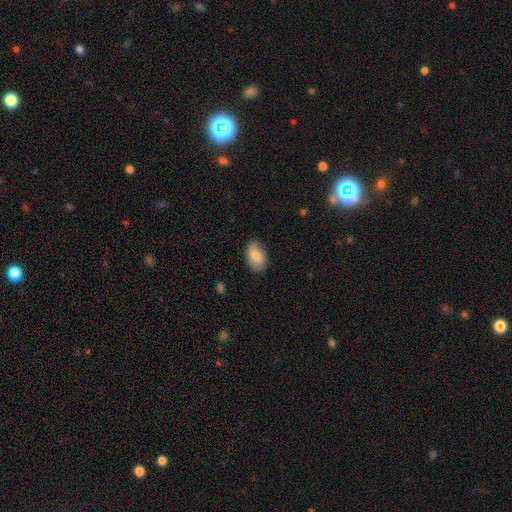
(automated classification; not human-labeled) This is clearly a smooth galaxy (82%). How rounded: clearly in between (91%). Merging: likely none (80%).